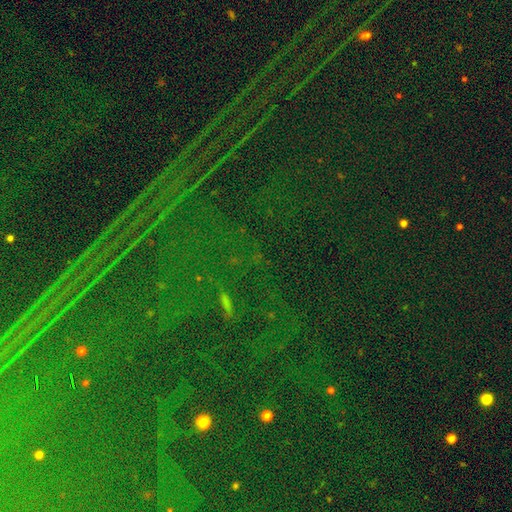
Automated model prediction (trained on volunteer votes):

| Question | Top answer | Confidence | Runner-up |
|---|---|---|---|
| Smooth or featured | star or artifact | 87% | smooth (7%) |